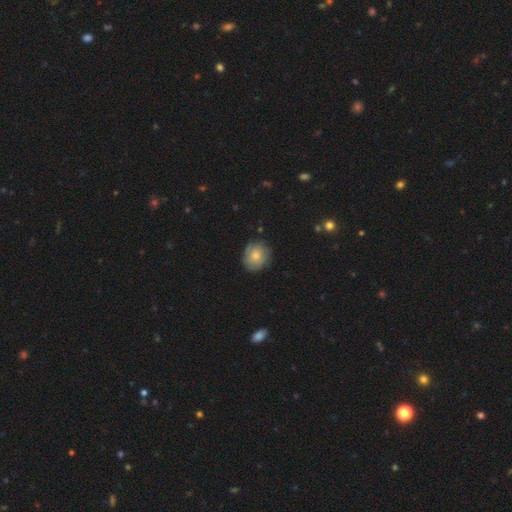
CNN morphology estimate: This appears to be a smooth galaxy with no disk features (69%) that is round (74%). Merging: none (77%).